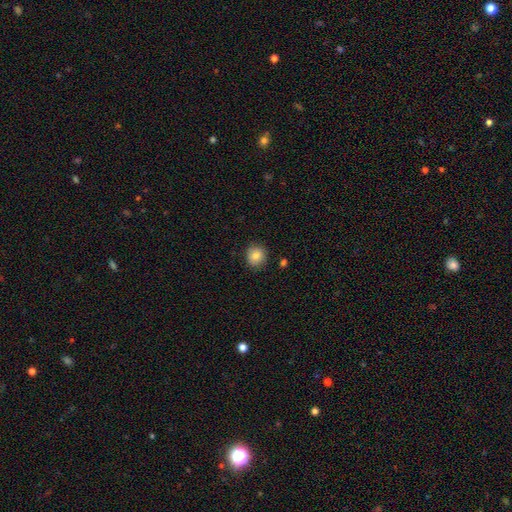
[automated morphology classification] Smooth or featured: smooth — 84% (star or artifact — 9%)
How rounded: round — 82% (in between — 17%)
Merging: none — 85% (minor disturbance — 10%)